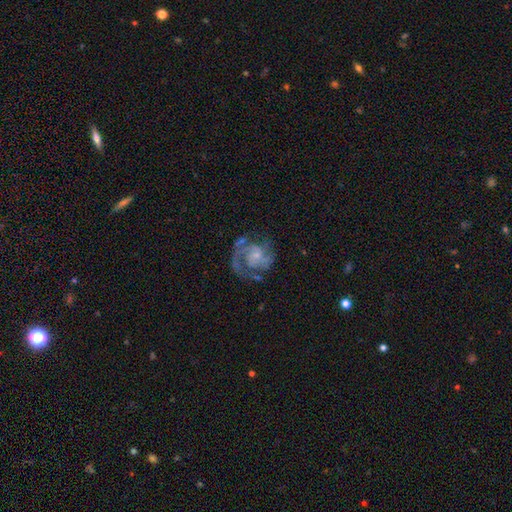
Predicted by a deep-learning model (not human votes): This appears to be a featured or disk galaxy (85%) with no bar (64%), 2 (59%) medium (49%) spiral arms (94%) and a small central bulge (60%). Merging: none (57%).